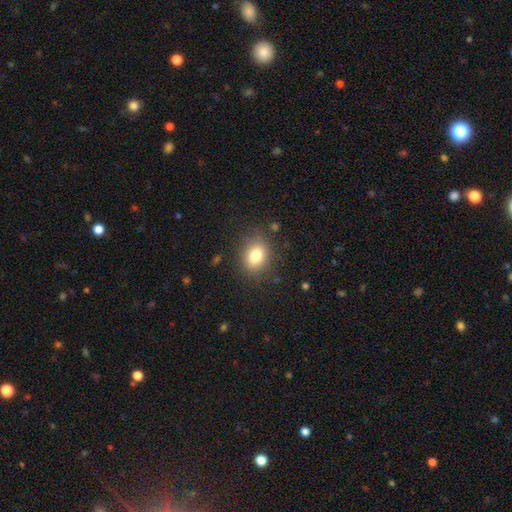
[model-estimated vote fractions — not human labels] smooth_or_featured: smooth (p=0.79) [alt: star or artifact p=0.11]
how_rounded: in between (p=0.52) [alt: round p=0.46]
merging: none (p=0.84) [alt: minor disturbance p=0.11]